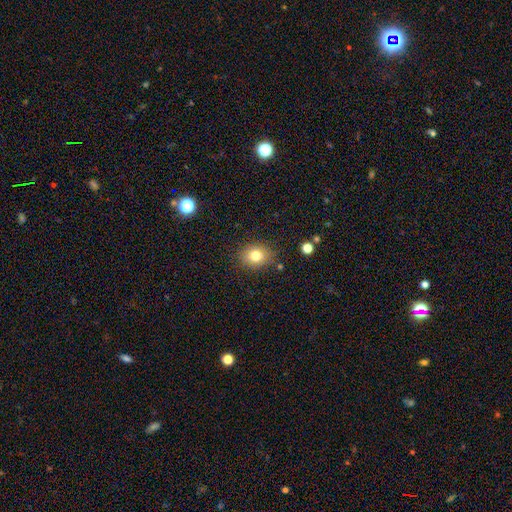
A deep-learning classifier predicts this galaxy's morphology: Overall: smooth (78%). How rounded: round (59%; in between 40%). Merging: none (84%).